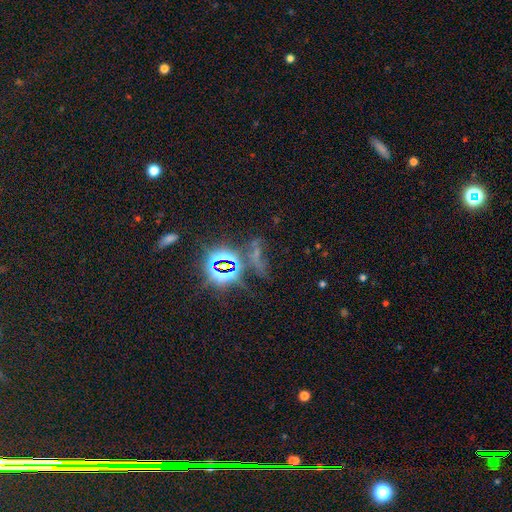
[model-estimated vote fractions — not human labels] smooth-or-featured: star or artifact: 70% | smooth: 18% | featured or disk: 12%